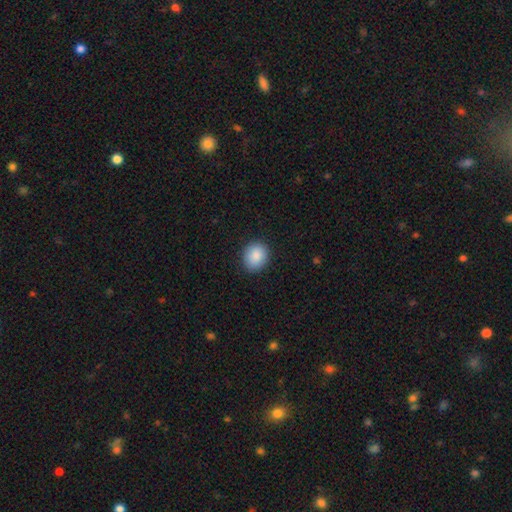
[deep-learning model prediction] smooth-or-featured: smooth: 89% | star or artifact: 7% | featured or disk: 4%
  how-rounded: round: 67% | in between: 32% | cigar-shaped: 1%
  merging: none: 89% | minor disturbance: 8% | major disturbance: 2% | merger: 1%